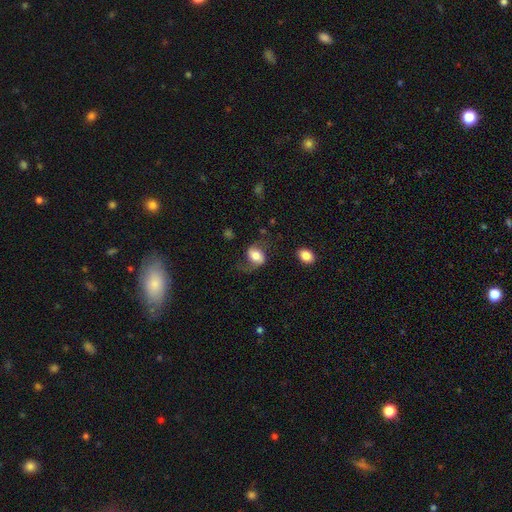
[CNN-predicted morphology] Q: Smooth or featured?
A: smooth (47%); runner-up: featured or disk (45%)
Q: Merging?
A: none (53%); runner-up: minor disturbance (22%)